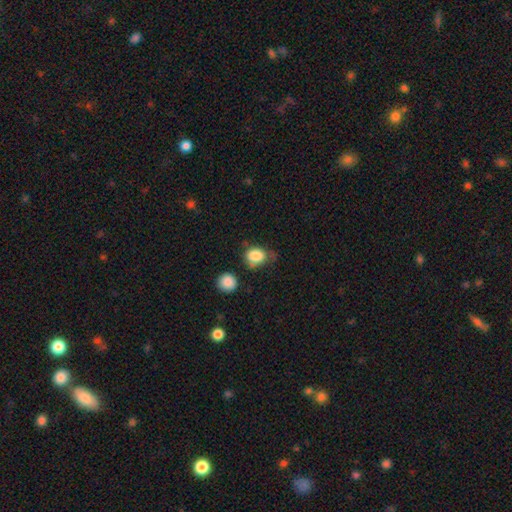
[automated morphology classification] A smooth galaxy with no disk features (85%) that is in between round and cigar-shaped (56%). Merging: none (49%).